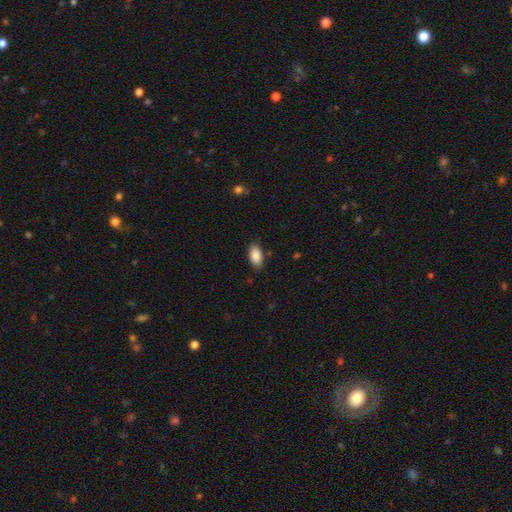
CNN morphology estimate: type=smooth (87%); roundness=in between (93%); merging=none (86%).